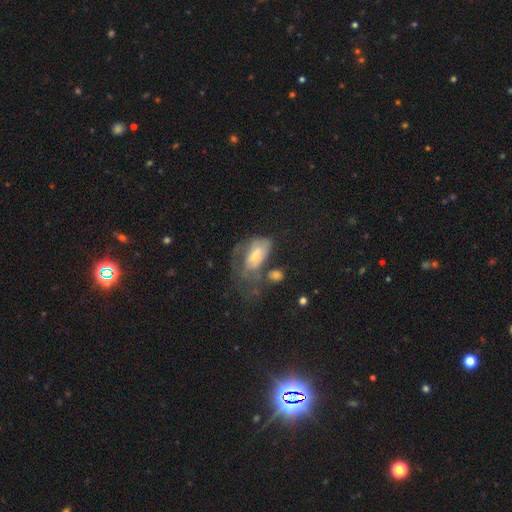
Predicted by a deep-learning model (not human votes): smooth-or-featured: featured or disk: 49% | smooth: 41% | star or artifact: 10%
  merging: major disturbance: 47% | none: 22% | minor disturbance: 21% | merger: 10%